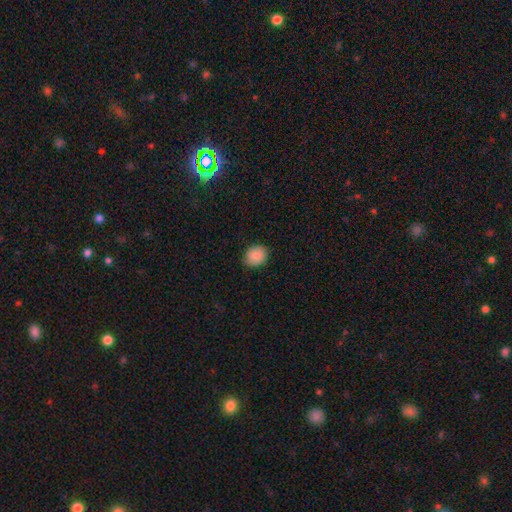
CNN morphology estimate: smooth-or-featured: smooth: 88% | star or artifact: 8% | featured or disk: 4%
  how-rounded: round: 61% | in between: 38% | cigar-shaped: 1%
  merging: none: 85% | minor disturbance: 12% | major disturbance: 2% | merger: 1%